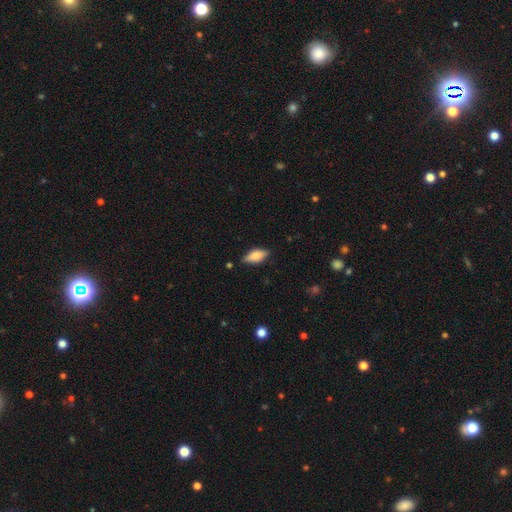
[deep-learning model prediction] A smooth galaxy with no disk features (75%) that is in between round and cigar-shaped (82%). Merging: none (80%).